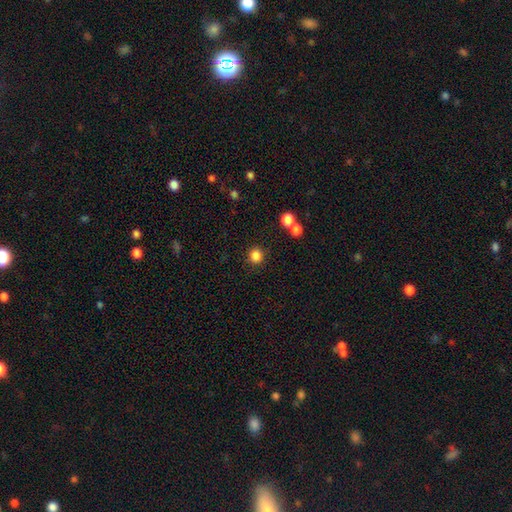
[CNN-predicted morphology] Smooth or featured?
  - smooth: 85% *
  - star or artifact: 12%
  - featured or disk: 4%
How rounded?
  - round: 90% *
  - in between: 9%
  - cigar-shaped: 1%
Merging?
  - none: 88% *
  - minor disturbance: 6%
  - merger: 3%
  - major disturbance: 3%